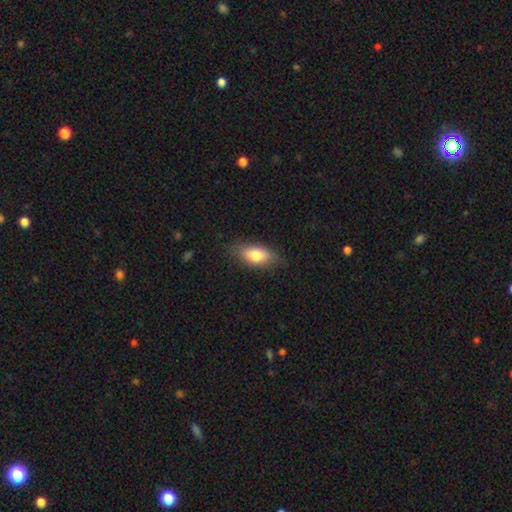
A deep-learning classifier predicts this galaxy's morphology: Smooth or featured? Predicted: smooth (p=0.76). How rounded? Predicted: in between (p=0.83). Merging? Predicted: none (p=0.80).